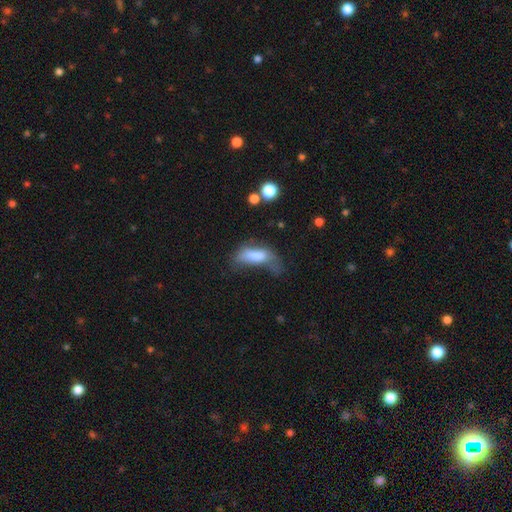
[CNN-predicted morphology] The model was most divided on "merging": major disturbance: 46%, minor disturbance: 26%, none: 21%, merger: 8%. More confident: how rounded — in between (71%); smooth or featured — smooth (68%).